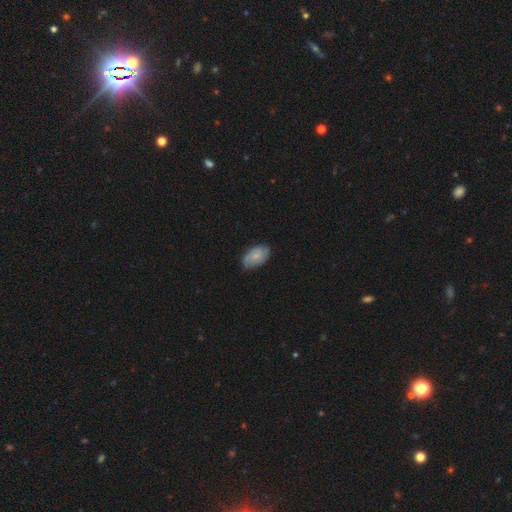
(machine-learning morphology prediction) smooth_or_featured: smooth (p=0.52) [alt: featured or disk p=0.41]
how_rounded: in between (p=0.91) [alt: round p=0.07]
merging: none (p=0.72) [alt: minor disturbance p=0.23]